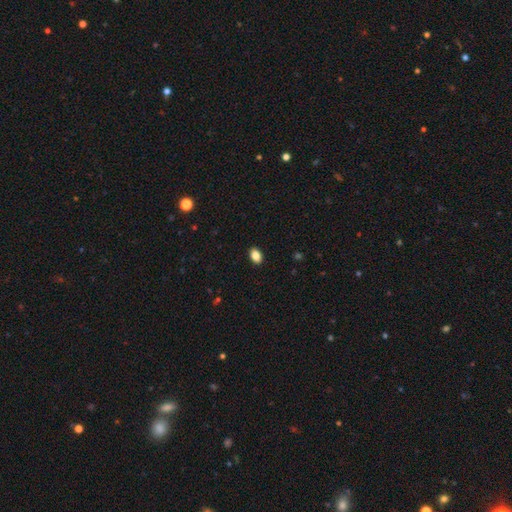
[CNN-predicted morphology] Smooth or featured? Predicted: smooth (p=0.86). How rounded? Predicted: in between (p=0.88). Merging? Predicted: none (p=0.91).